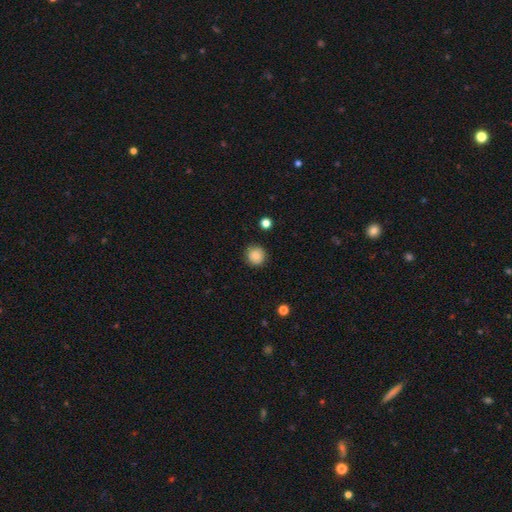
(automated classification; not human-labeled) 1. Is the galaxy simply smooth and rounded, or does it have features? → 83% smooth, 9% star or artifact, 8% featured or disk.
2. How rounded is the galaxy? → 93% round, 6% in between, 1% cigar-shaped.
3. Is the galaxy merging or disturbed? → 89% none, 8% minor disturbance, 2% major disturbance, 1% merger.